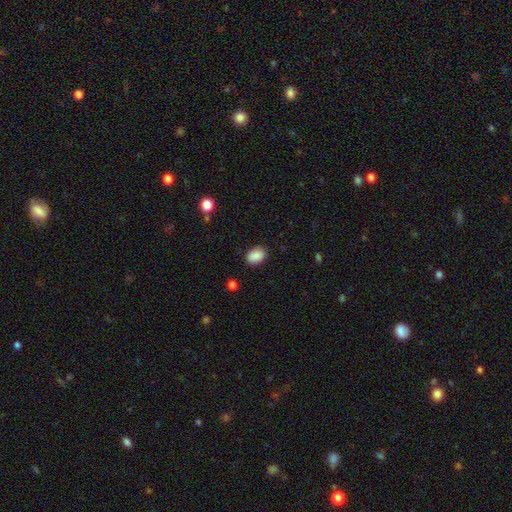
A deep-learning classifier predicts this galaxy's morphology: smooth 89%, star or artifact 8%, featured or disk 4%. Down the decision tree: how rounded — in between (79%); merging — none (86%).